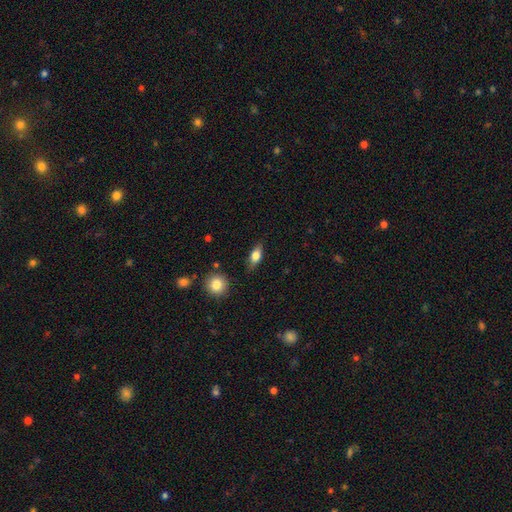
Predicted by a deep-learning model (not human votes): This appears to be a smooth galaxy with no disk features (70%) that is in between round and cigar-shaped (75%). Merging: none (83%).